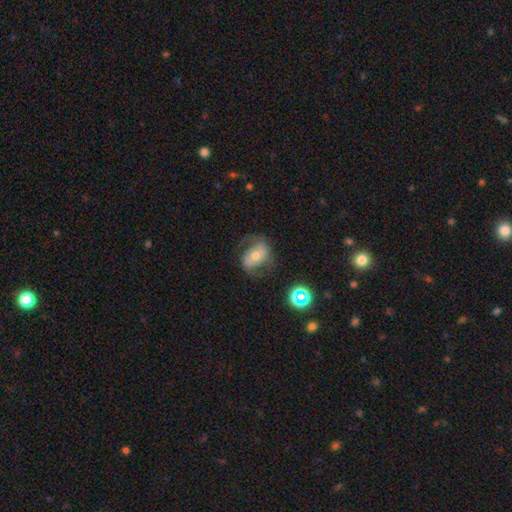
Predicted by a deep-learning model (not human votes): Overall: featured or disk (58%; smooth 32%). Edge-on disk: no (96%). Bar: no (41%; weak 34%). Spiral arms: yes (76%). Bulge size: moderate (59%; small 32%). Merging: none (59%; minor disturbance 21%).